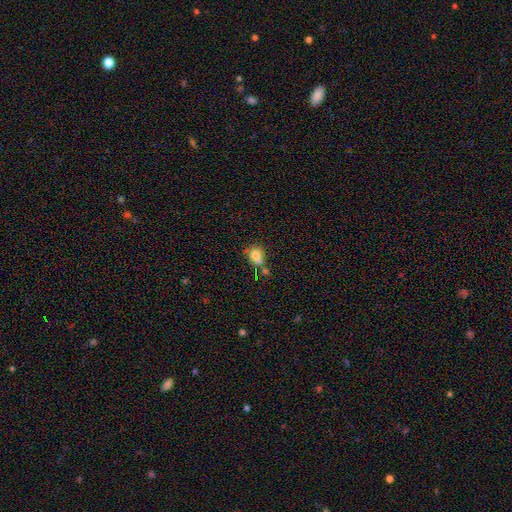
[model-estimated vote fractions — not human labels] This is likely a smooth galaxy (77%). How rounded: likely round (71%). Merging: marginally none (44%).